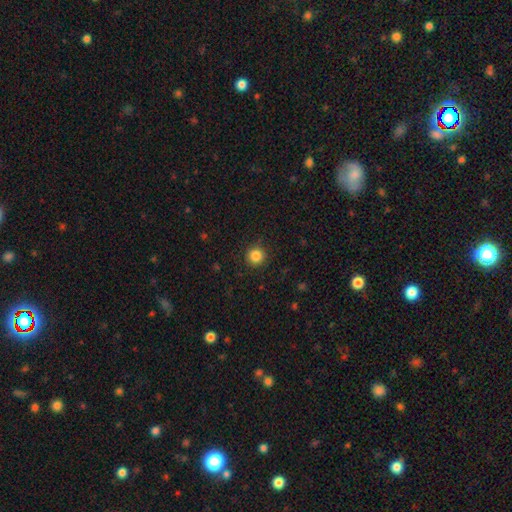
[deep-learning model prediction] This is clearly a smooth galaxy (86%). How rounded: clearly round (95%). Merging: clearly none (91%).